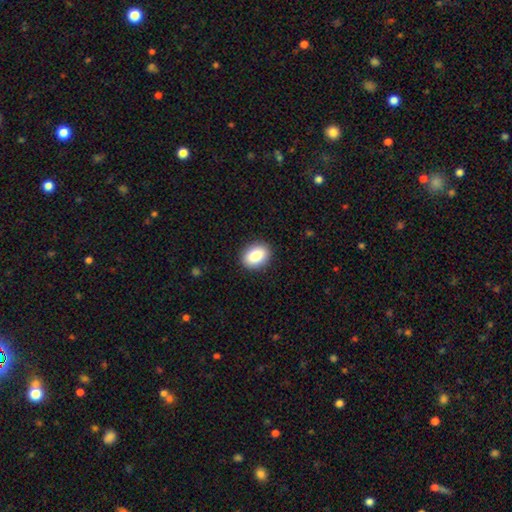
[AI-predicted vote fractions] smooth 86%, star or artifact 8%, featured or disk 7%. Down the decision tree: how rounded — in between (72%); merging — none (90%).